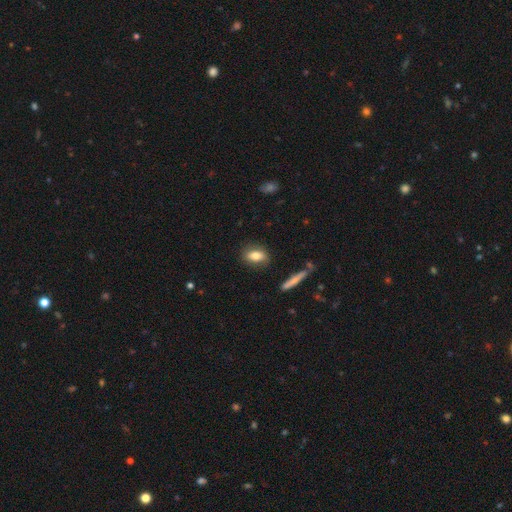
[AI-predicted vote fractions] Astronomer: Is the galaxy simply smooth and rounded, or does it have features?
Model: smooth — 78%.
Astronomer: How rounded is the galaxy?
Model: in between — 78%.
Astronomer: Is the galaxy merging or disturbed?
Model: none — 84%.